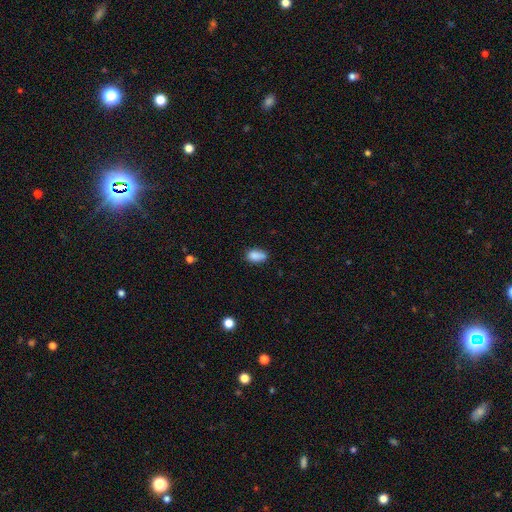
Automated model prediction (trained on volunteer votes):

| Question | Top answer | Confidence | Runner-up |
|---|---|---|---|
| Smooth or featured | smooth | 84% | star or artifact (9%) |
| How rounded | in between | 87% | round (10%) |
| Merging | none | 64% | minor disturbance (25%) |